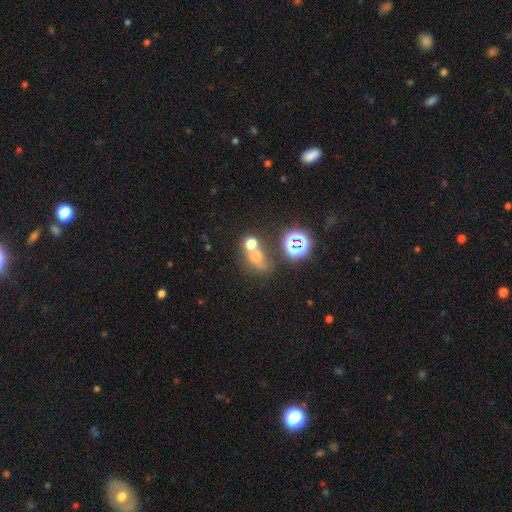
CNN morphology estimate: Smooth or featured? smooth (54%)
How rounded? in between (51%)
Merging? none (40%)